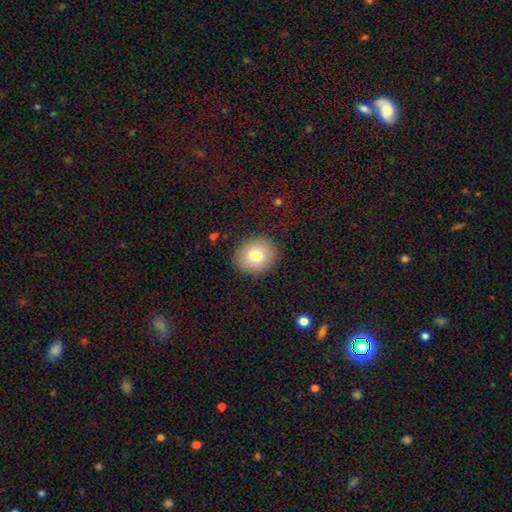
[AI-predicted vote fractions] smooth-or-featured: smooth: 78% | featured or disk: 12% | star or artifact: 10%
  how-rounded: round: 75% | in between: 24% | cigar-shaped: 1%
  merging: none: 89% | minor disturbance: 8% | major disturbance: 3% | merger: 1%